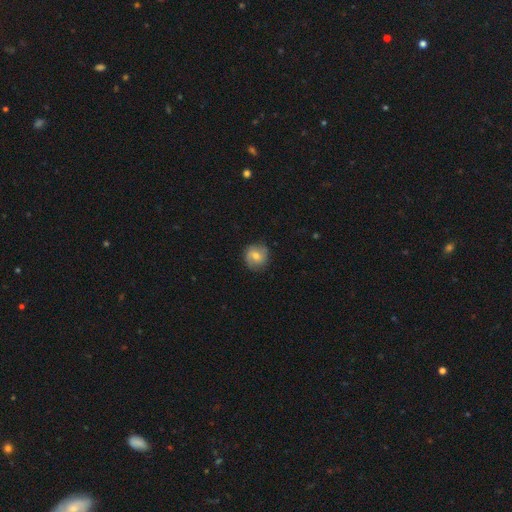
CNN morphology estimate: Smooth or featured? Predicted: smooth (p=0.57). How rounded? Predicted: round (p=0.87). Merging? Predicted: none (p=0.81).